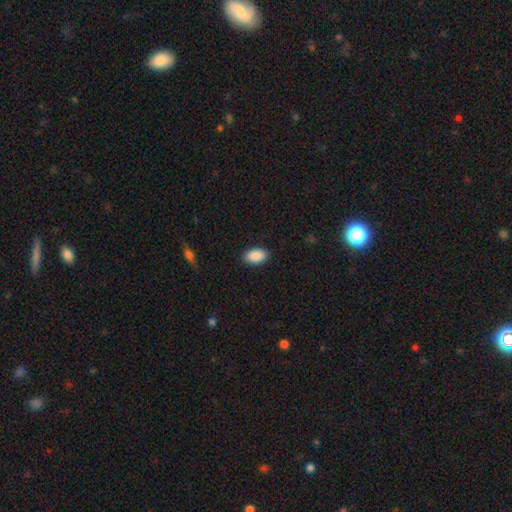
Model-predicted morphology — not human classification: smooth 90%, star or artifact 7%, featured or disk 3%. Down the decision tree: how rounded — in between (94%); merging — none (88%).